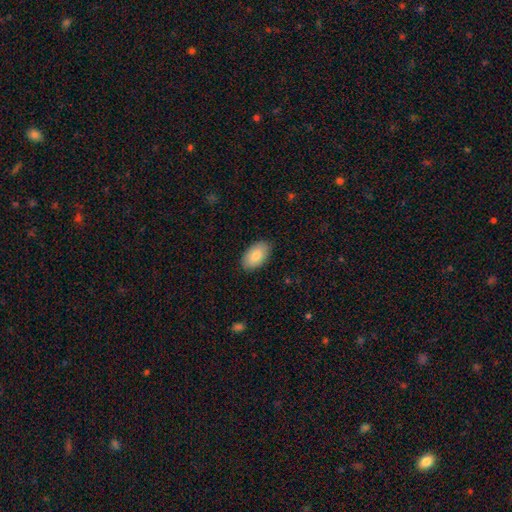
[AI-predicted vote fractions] Smooth or featured: smooth — 84% (featured or disk — 10%)
How rounded: in between — 95% (round — 4%)
Merging: none — 86% (minor disturbance — 11%)